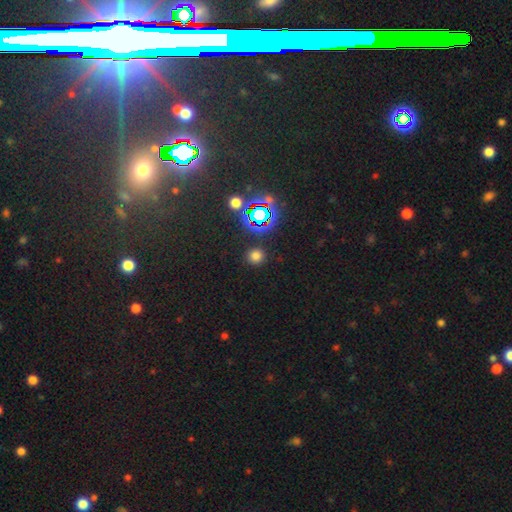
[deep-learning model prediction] smooth-or-featured: smooth: 70% | star or artifact: 25% | featured or disk: 5%
  how-rounded: round: 90% | in between: 9% | cigar-shaped: 1%
  merging: none: 89% | minor disturbance: 7% | major disturbance: 3% | merger: 2%